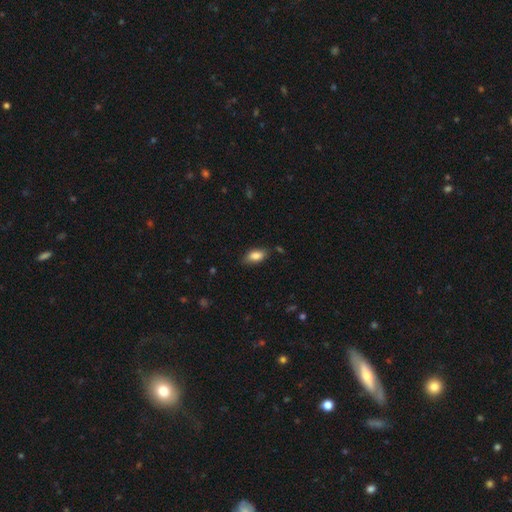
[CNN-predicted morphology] Smooth or featured: smooth — 85% (featured or disk — 8%)
How rounded: in between — 89% (cigar-shaped — 7%)
Merging: none — 78% (minor disturbance — 17%)